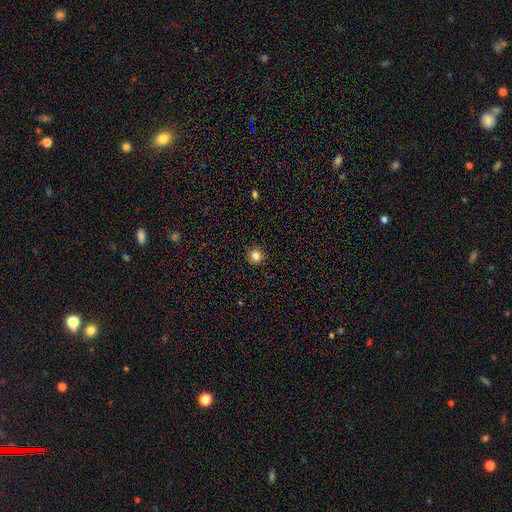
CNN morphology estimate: Smooth or featured? Predicted: smooth (p=0.83). How rounded? Predicted: round (p=0.94). Merging? Predicted: none (p=0.92).